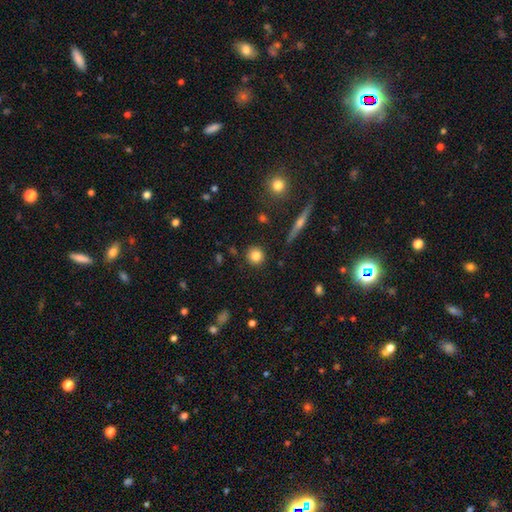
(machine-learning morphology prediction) The model was most divided on "smooth or featured": smooth: 82%, star or artifact: 10%, featured or disk: 8%. More confident: how rounded — round (93%); merging — none (89%).